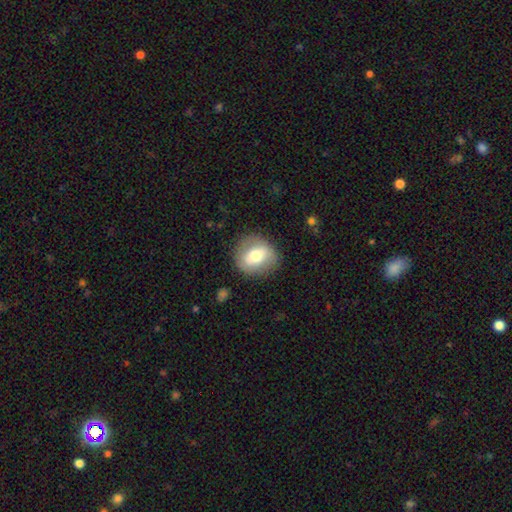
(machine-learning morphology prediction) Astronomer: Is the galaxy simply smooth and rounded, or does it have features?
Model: smooth — 62%.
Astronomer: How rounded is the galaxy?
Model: round — 72%.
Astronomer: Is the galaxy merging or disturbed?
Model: none — 82%.